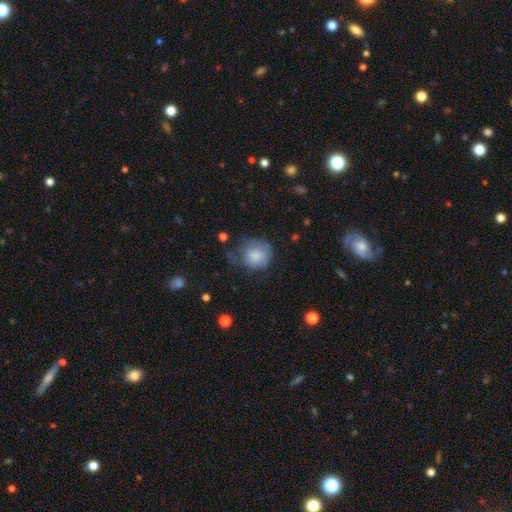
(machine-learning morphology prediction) The model was most divided on "merging": none: 47%, minor disturbance: 30%, major disturbance: 20%, merger: 2%. More confident: how rounded — round (85%); smooth or featured — smooth (77%).